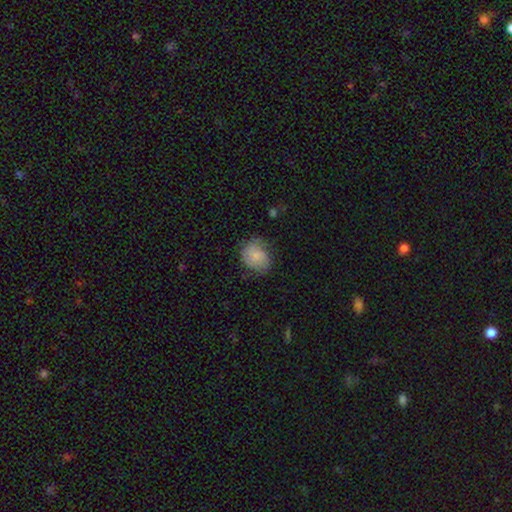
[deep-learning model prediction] A smooth galaxy with no disk features (71%) that is round (58%).

Vote fractions:
- Smooth or featured? smooth: 71% / featured or disk: 21% / star or artifact: 8%
- How rounded? round: 58% / in between: 41% / cigar-shaped: 1%
- Merging? none: 54% / minor disturbance: 32% / major disturbance: 12% / merger: 2%